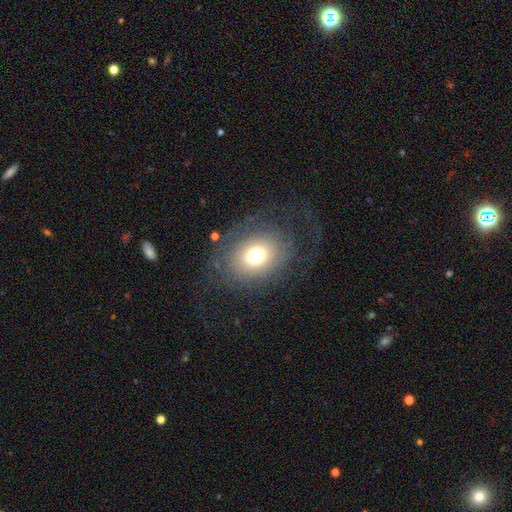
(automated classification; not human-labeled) smooth_or_featured: smooth (p=0.53) [alt: featured or disk p=0.35]
how_rounded: in between (p=0.60) [alt: round p=0.39]
merging: none (p=0.68) [alt: major disturbance p=0.16]